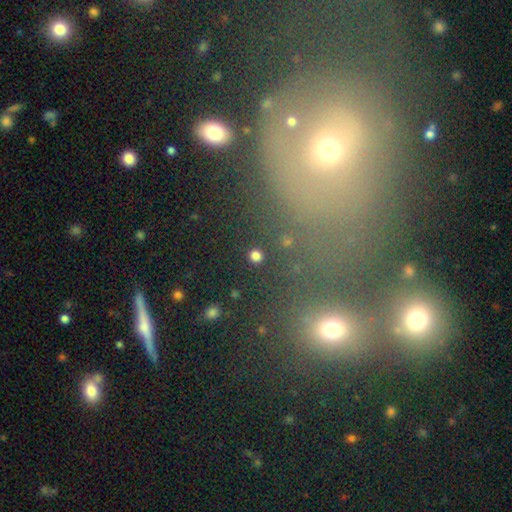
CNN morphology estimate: The model was most divided on "smooth or featured": smooth: 80%, star or artifact: 16%, featured or disk: 4%. More confident: how rounded — round (93%); merging — none (91%).